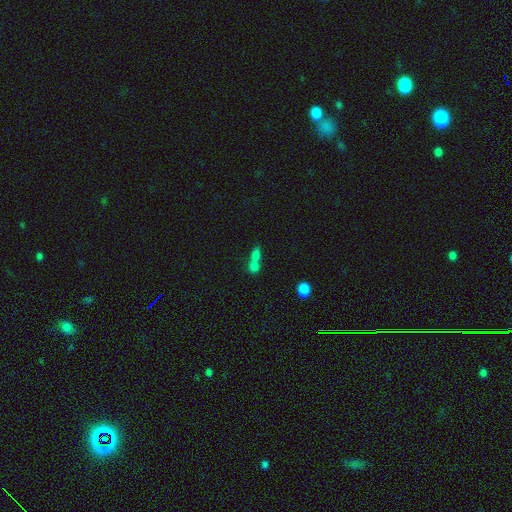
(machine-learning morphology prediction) Overall: smooth (73%). How rounded: in between (52%; round 40%). Merging: merger (69%).